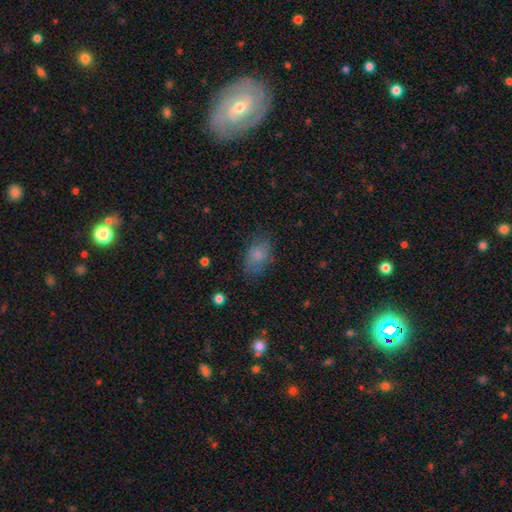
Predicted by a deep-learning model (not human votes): smooth 74%, featured or disk 14%, star or artifact 12%. Down the decision tree: how rounded — in between (83%); merging — none (72%).